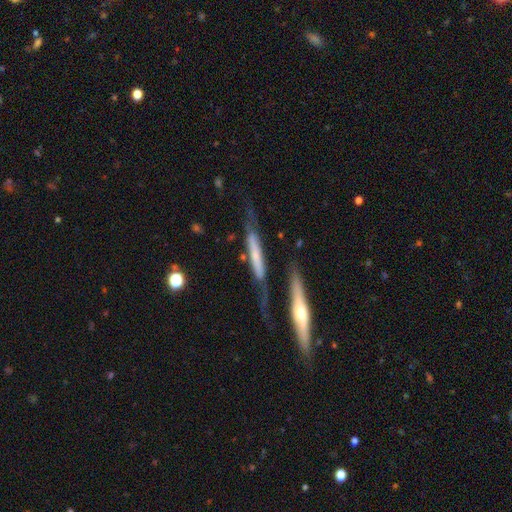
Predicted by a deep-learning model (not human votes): smooth-or-featured: featured or disk: 59% | smooth: 34% | star or artifact: 7%
  disk-edge-on: yes: 79% | no: 21%
  merging: none: 53% | minor disturbance: 21% | merger: 14% | major disturbance: 12%